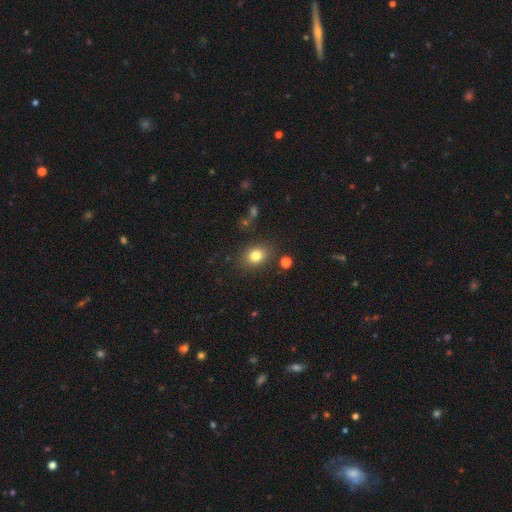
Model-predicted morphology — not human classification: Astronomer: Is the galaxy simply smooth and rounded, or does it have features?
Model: smooth — 81%.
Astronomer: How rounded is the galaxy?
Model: in between — 55% (runner-up: round, 44%).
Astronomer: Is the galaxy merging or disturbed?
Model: none — 82%.